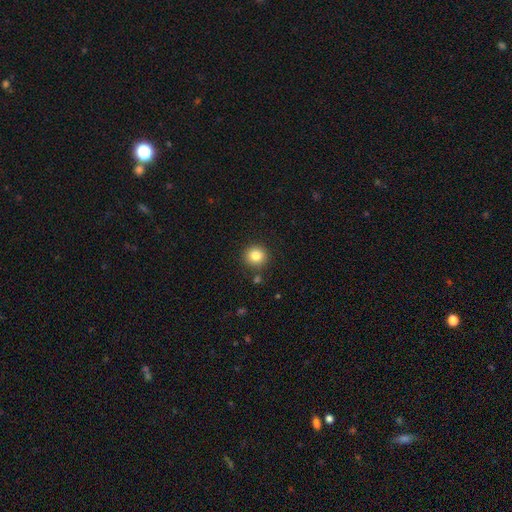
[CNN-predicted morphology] Smooth or featured? smooth (83%)
How rounded? round (92%)
Merging? none (86%)